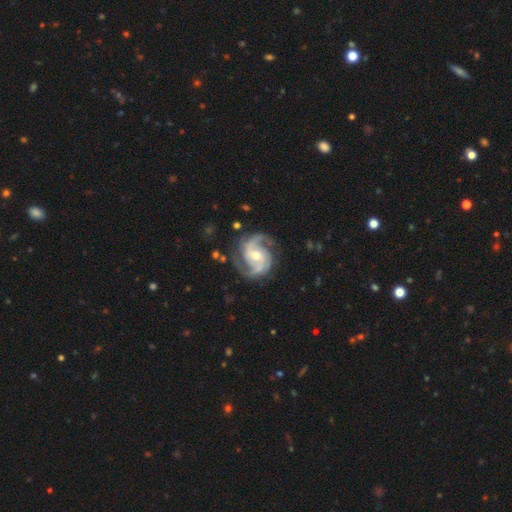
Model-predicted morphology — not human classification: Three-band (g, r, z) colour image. It shows a featured or disk galaxy (91%) with no bar (50%), 2 (76%) medium (57%) spiral arms (98%) and a moderate central bulge (59%). Merging: none (76%).